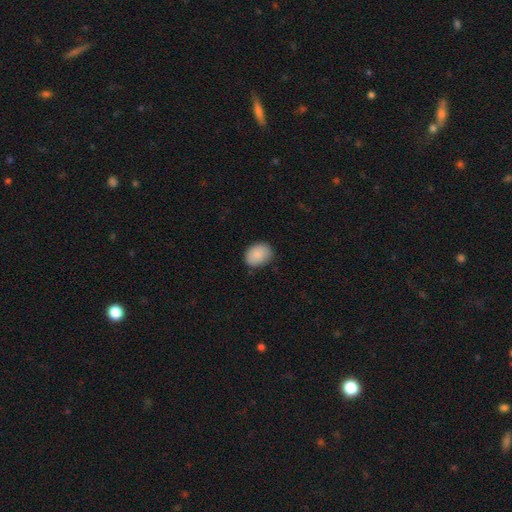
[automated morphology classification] Overall: smooth (88%). How rounded: in between (62%; round 38%). Merging: none (81%).